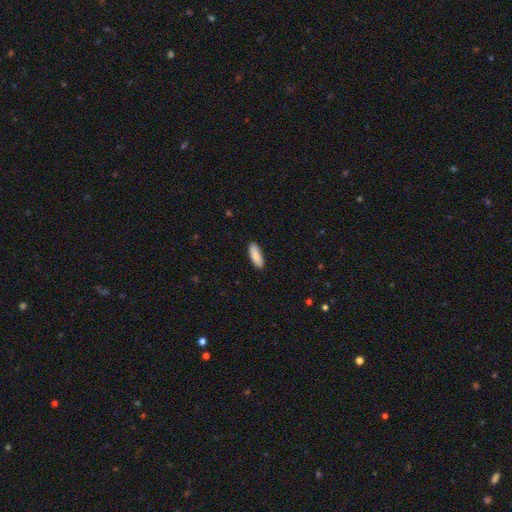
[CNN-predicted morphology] smooth_or_featured: smooth (p=0.88) [alt: featured or disk p=0.06]
how_rounded: in between (p=0.55) [alt: cigar-shaped p=0.43]
merging: none (p=0.89) [alt: minor disturbance p=0.09]